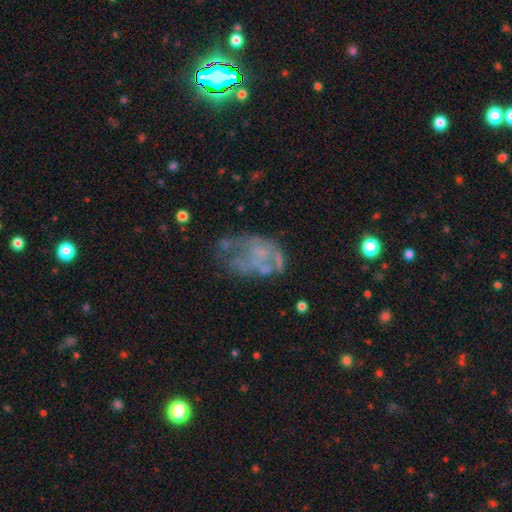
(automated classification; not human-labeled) Morphology: type=featured or disk (63%); edge-on=no (98%); bar=no (89%); spiral arms=no (80%); bulge=none (72%); merging=none (35%).